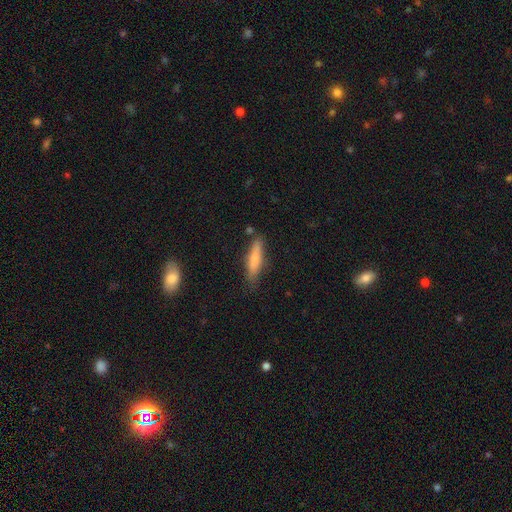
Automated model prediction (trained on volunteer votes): Smooth or featured? smooth (70%)
How rounded? cigar-shaped (79%)
Merging? none (79%)